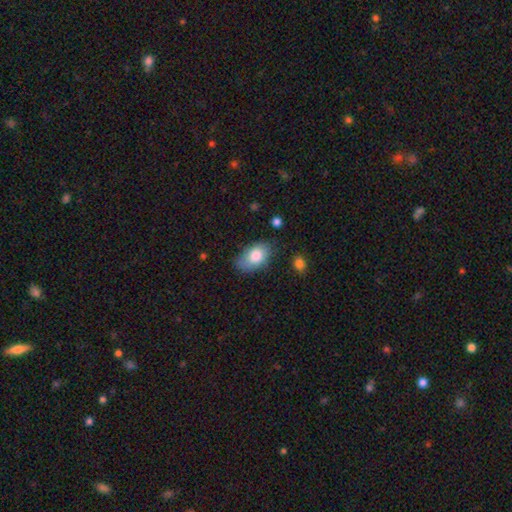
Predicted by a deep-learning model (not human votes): This is clearly a smooth galaxy (81%). How rounded: clearly in between (90%). Merging: likely none (66%).